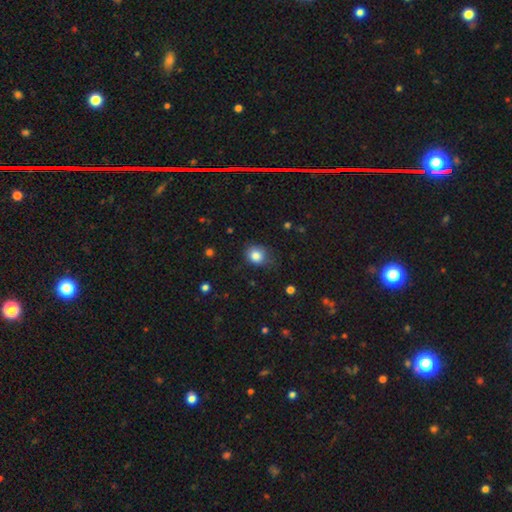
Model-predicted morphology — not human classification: smooth_or_featured: smooth (p=0.83) [alt: star or artifact p=0.10]
how_rounded: round (p=0.73) [alt: in between p=0.26]
merging: none (p=0.68) [alt: minor disturbance p=0.25]